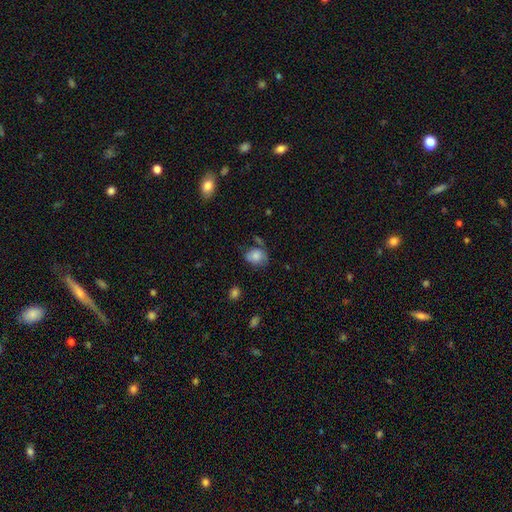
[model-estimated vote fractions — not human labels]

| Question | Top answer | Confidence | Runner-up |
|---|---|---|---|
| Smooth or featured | smooth | 74% | featured or disk (16%) |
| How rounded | in between | 52% | round (47%) |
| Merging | none | 49% | minor disturbance (31%) |